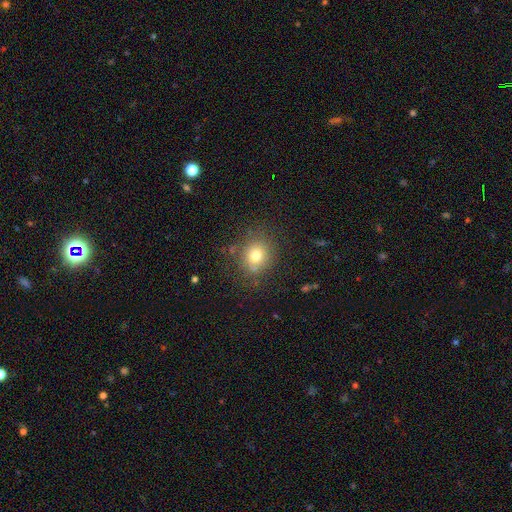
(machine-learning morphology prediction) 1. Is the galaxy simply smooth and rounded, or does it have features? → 75% smooth, 14% star or artifact, 11% featured or disk.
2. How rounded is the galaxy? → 78% round, 21% in between, 1% cigar-shaped.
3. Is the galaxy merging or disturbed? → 80% none, 13% minor disturbance, 5% major disturbance, 3% merger.